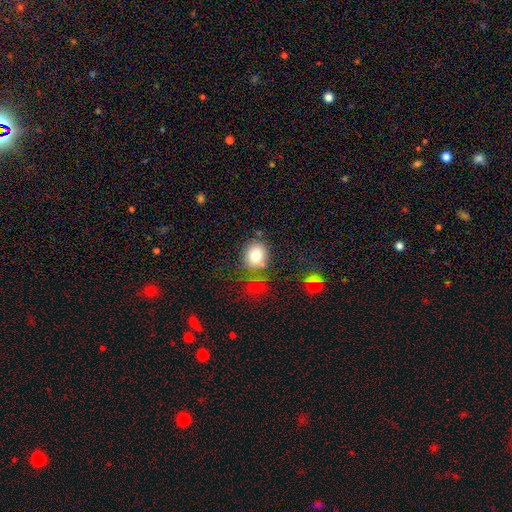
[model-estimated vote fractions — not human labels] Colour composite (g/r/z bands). It shows a smooth galaxy with no disk features (77%) that is round (74%). Merging: none (73%).